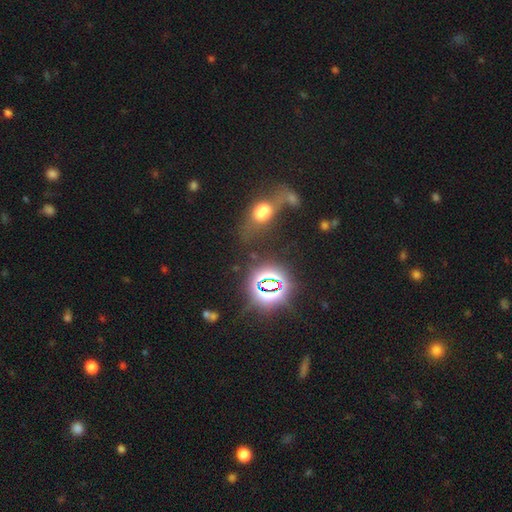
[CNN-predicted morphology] type=star or artifact (47%).